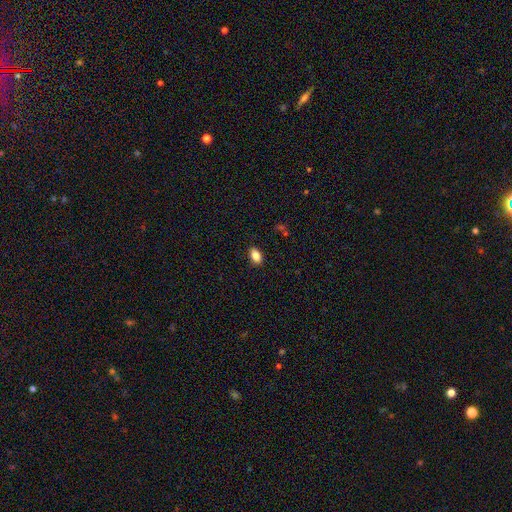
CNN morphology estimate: Overall: smooth (85%). How rounded: in between (87%). Merging: none (88%).